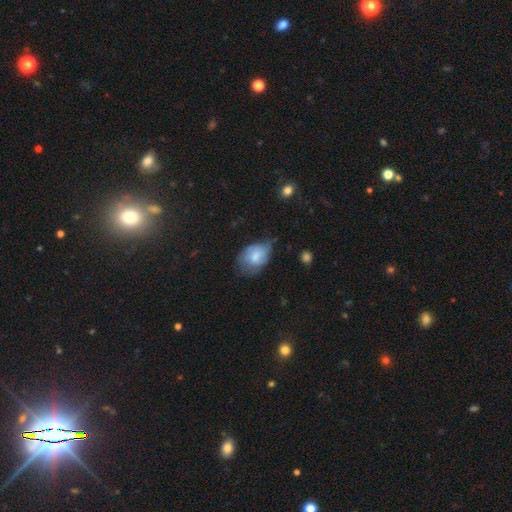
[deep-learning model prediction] This appears to be a smooth galaxy with no disk features (68%) that is in between round and cigar-shaped (81%). Merging: minor disturbance (43%).